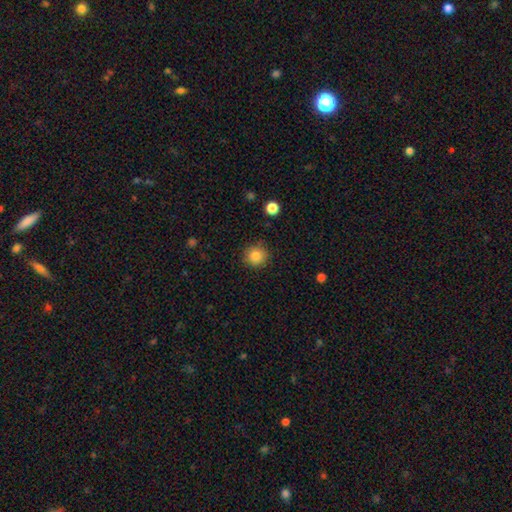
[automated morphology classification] This is clearly a smooth galaxy (84%). How rounded: clearly round (92%). Merging: clearly none (88%).